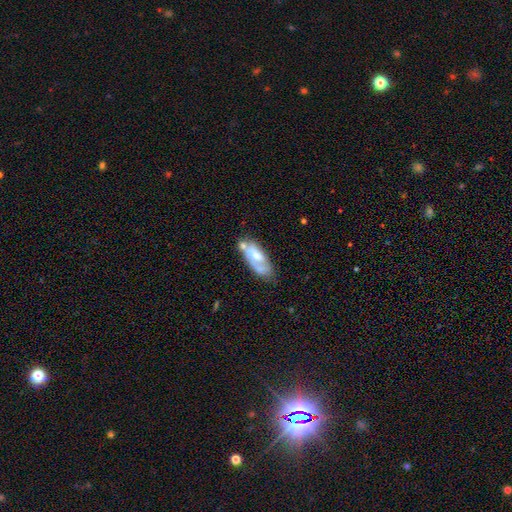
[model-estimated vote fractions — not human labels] featured or disk 59%, smooth 35%, star or artifact 6%. Down the decision tree: edge-on disk — no (88%); bar — no (53%); spiral arms — yes (68%); bulge size — moderate (63%); merging — none (50%).